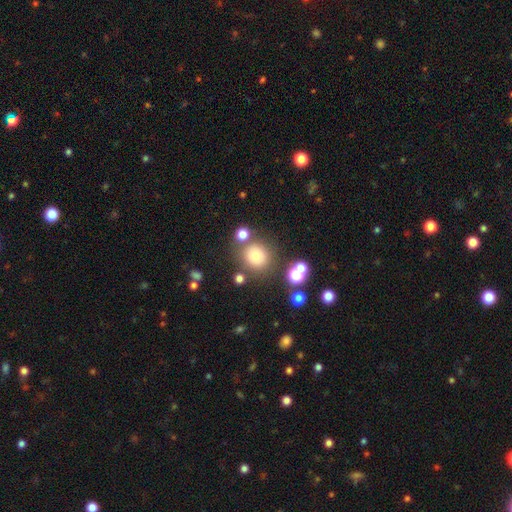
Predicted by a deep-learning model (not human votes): A smooth galaxy with no disk features (73%) that is round (90%).

Vote fractions:
- Smooth or featured? smooth: 73% / star or artifact: 17% / featured or disk: 10%
- How rounded? round: 90% / in between: 9% / cigar-shaped: 1%
- Merging? none: 76% / merger: 10% / minor disturbance: 10% / major disturbance: 4%